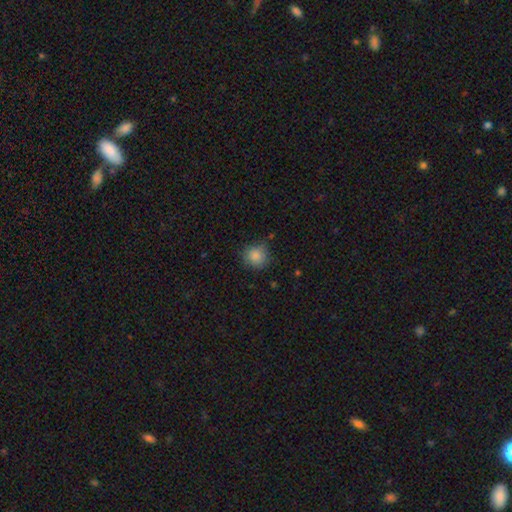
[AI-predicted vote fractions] smooth-or-featured: smooth: 84% | star or artifact: 10% | featured or disk: 6%
  how-rounded: round: 89% | in between: 10% | cigar-shaped: 1%
  merging: none: 76% | minor disturbance: 18% | major disturbance: 4% | merger: 2%